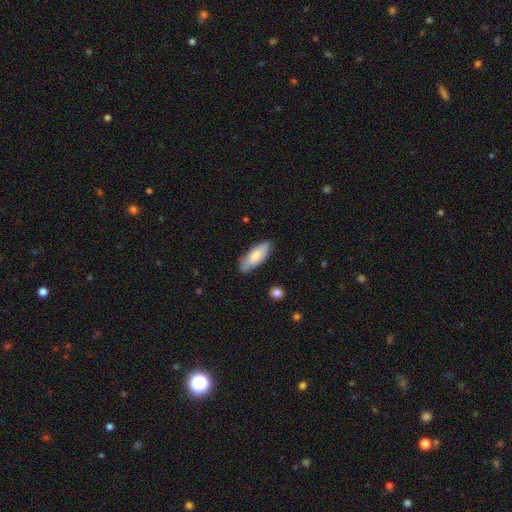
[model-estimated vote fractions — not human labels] Q: Smooth or featured?
A: smooth (77%); runner-up: featured or disk (18%)
Q: How rounded?
A: in between (76%); runner-up: cigar-shaped (22%)
Q: Merging?
A: none (80%); runner-up: minor disturbance (16%)